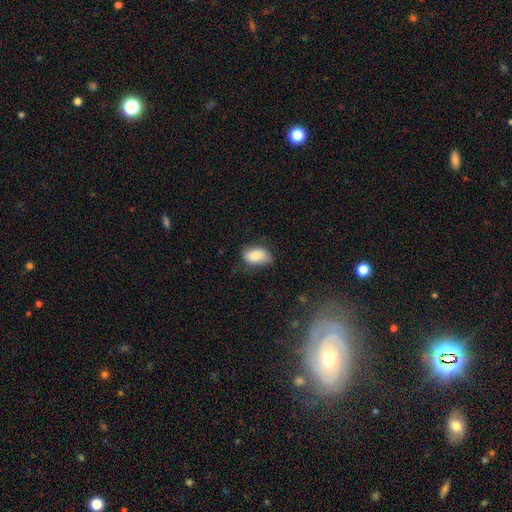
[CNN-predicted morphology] This appears to be a smooth galaxy with no disk features (84%) that is in between round and cigar-shaped (91%). Merging: none (67%).